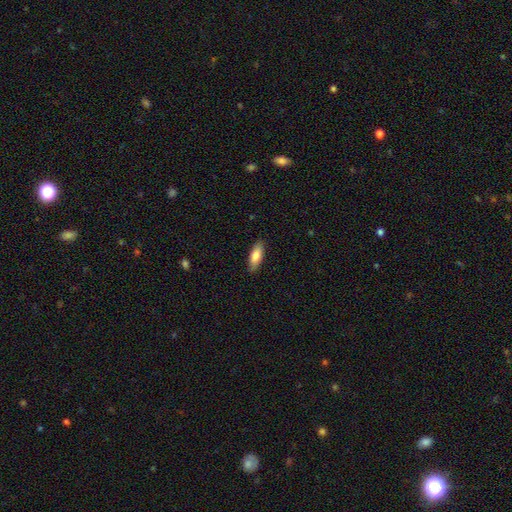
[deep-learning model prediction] smooth 79%, featured or disk 15%, star or artifact 6%. Down the decision tree: how rounded — in between (64%); merging — none (86%).